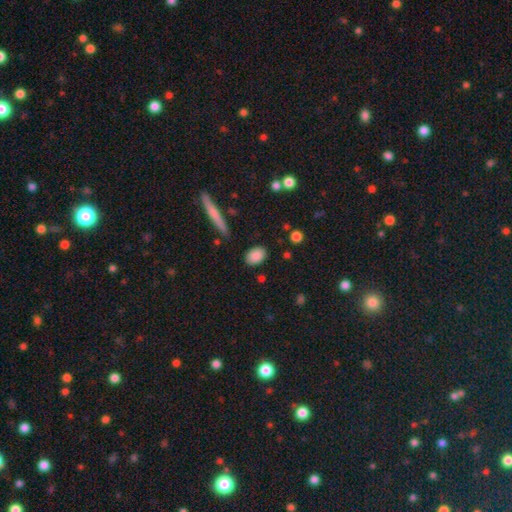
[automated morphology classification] smooth_or_featured: smooth (p=0.87) [alt: star or artifact p=0.08]
how_rounded: in between (p=0.81) [alt: round p=0.16]
merging: none (p=0.85) [alt: minor disturbance p=0.10]